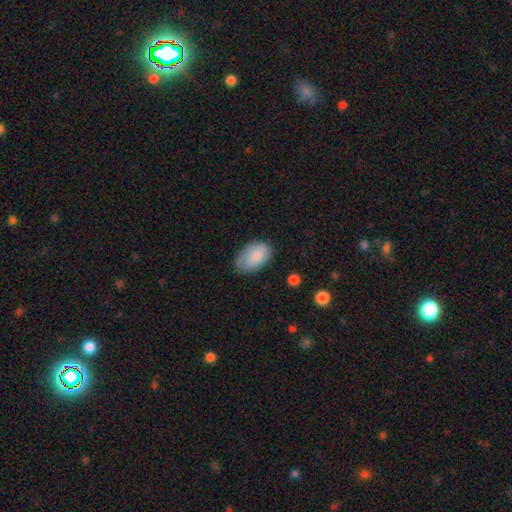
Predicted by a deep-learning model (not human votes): smooth_or_featured: smooth (p=0.83) [alt: featured or disk p=0.11]
how_rounded: in between (p=0.92) [alt: round p=0.07]
merging: none (p=0.71) [alt: minor disturbance p=0.23]